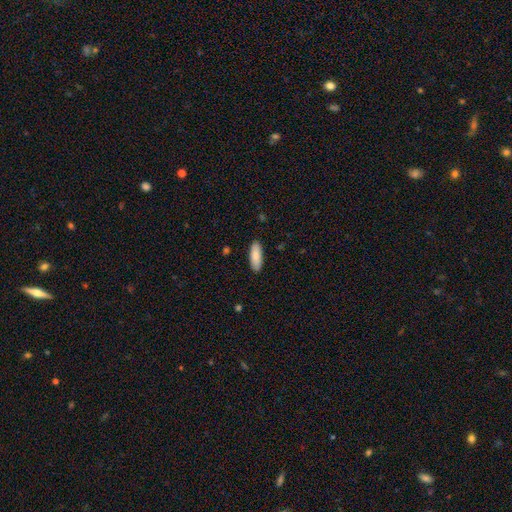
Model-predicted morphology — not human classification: A smooth galaxy with no disk features (87%) that is in between round and cigar-shaped (68%).

Vote fractions:
- Smooth or featured? smooth: 87% / featured or disk: 7% / star or artifact: 6%
- How rounded? in between: 68% / cigar-shaped: 30% / round: 2%
- Merging? none: 89% / minor disturbance: 8% / major disturbance: 2% / merger: 1%